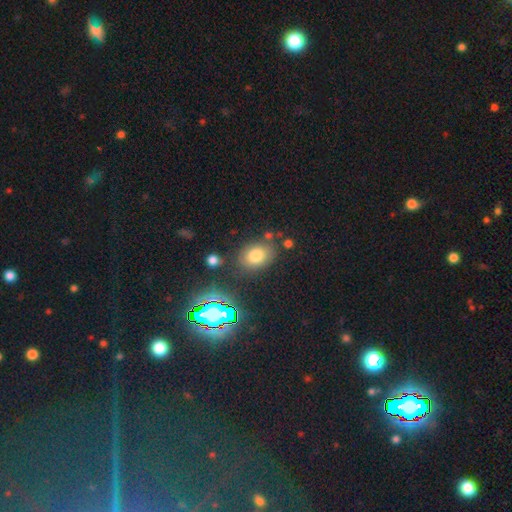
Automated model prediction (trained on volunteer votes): Smooth or featured?
  - smooth: 74% *
  - star or artifact: 15%
  - featured or disk: 11%
How rounded?
  - in between: 72% *
  - round: 26%
  - cigar-shaped: 1%
Merging?
  - none: 77% *
  - minor disturbance: 13%
  - merger: 6%
  - major disturbance: 5%